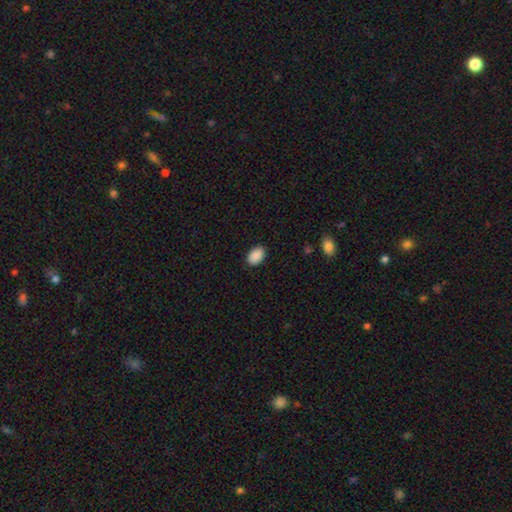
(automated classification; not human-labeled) A smooth galaxy with no disk features (90%) that is in between round and cigar-shaped (87%).

Vote fractions:
- Smooth or featured? smooth: 90% / star or artifact: 7% / featured or disk: 2%
- How rounded? in between: 87% / round: 12% / cigar-shaped: 1%
- Merging? none: 88% / minor disturbance: 9% / major disturbance: 2% / merger: 1%